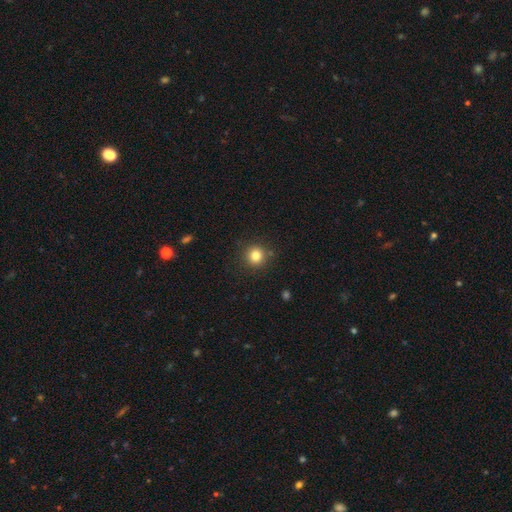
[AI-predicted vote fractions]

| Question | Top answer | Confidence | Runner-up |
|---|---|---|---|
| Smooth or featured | smooth | 82% | star or artifact (12%) |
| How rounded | round | 93% | in between (6%) |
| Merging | none | 88% | minor disturbance (8%) |